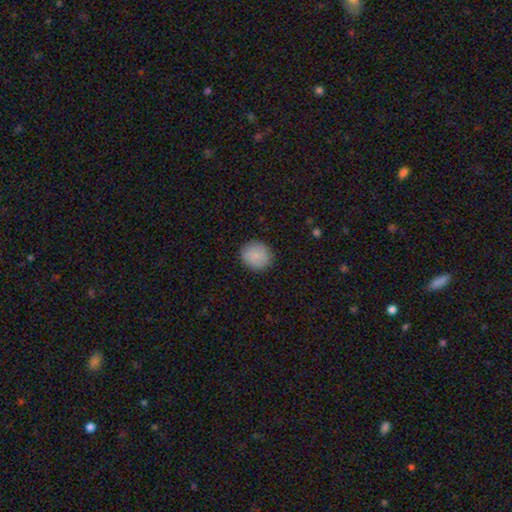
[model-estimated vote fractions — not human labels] Smooth or featured? Predicted: smooth (p=0.88). How rounded? Predicted: round (p=0.86). Merging? Predicted: none (p=0.89).